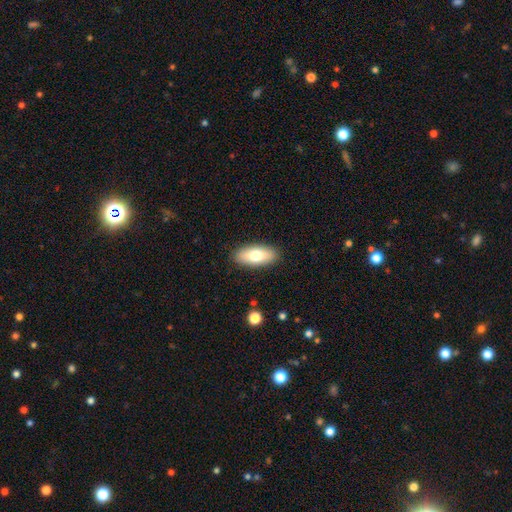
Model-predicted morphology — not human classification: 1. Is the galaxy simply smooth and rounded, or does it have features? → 74% smooth, 20% featured or disk, 6% star or artifact.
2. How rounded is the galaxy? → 86% in between, 11% cigar-shaped, 3% round.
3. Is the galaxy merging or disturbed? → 89% none, 8% minor disturbance, 2% major disturbance, 1% merger.